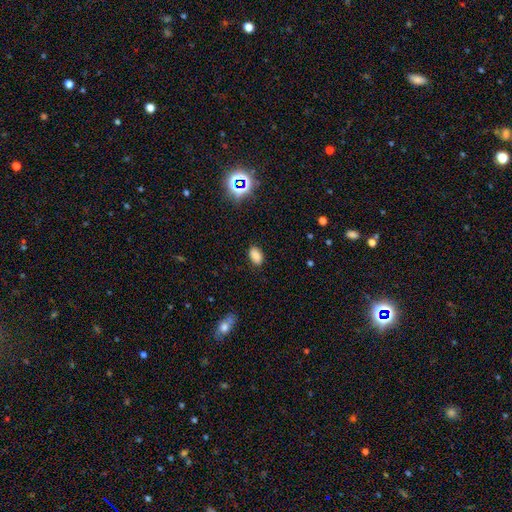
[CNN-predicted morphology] The model was most divided on "smooth or featured": smooth: 82%, star or artifact: 13%, featured or disk: 5%. More confident: how rounded — in between (91%); merging — none (85%).